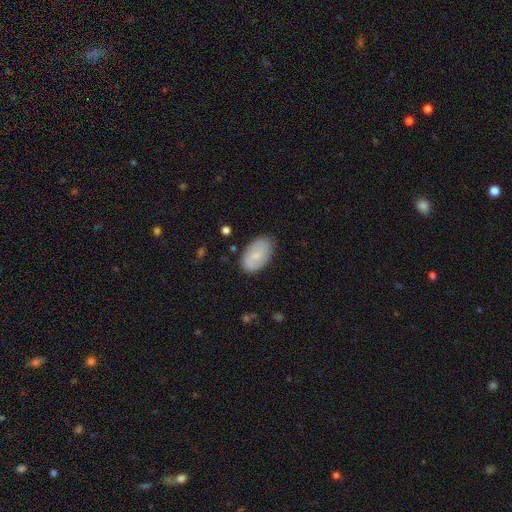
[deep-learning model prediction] Q: Smooth or featured?
A: smooth (60%); runner-up: featured or disk (33%)
Q: How rounded?
A: in between (93%); runner-up: round (6%)
Q: Merging?
A: none (81%); runner-up: minor disturbance (14%)